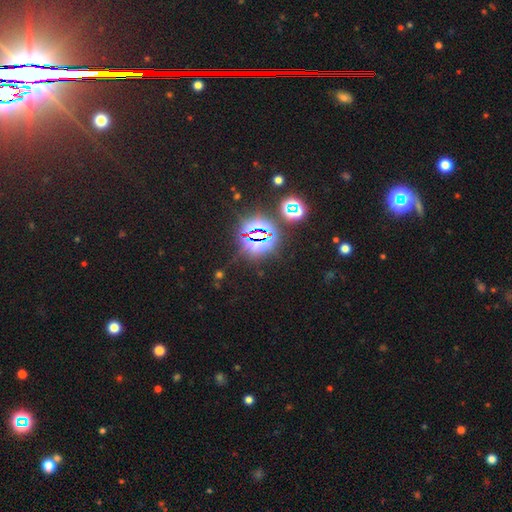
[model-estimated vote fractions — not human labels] Smooth or featured?
  - star or artifact: 81% *
  - smooth: 12%
  - featured or disk: 7%